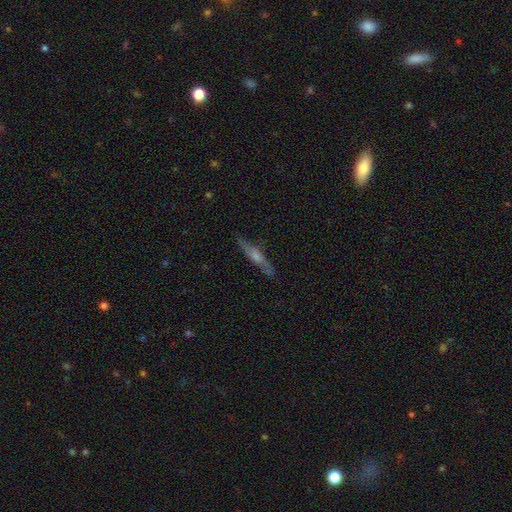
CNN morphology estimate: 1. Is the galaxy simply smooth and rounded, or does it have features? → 61% featured or disk, 32% smooth, 7% star or artifact.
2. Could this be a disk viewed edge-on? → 90% yes, 10% no.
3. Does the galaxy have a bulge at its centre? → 70% rounded, 20% none, 10% boxy.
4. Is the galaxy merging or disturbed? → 85% none, 12% minor disturbance, 2% major disturbance, 1% merger.